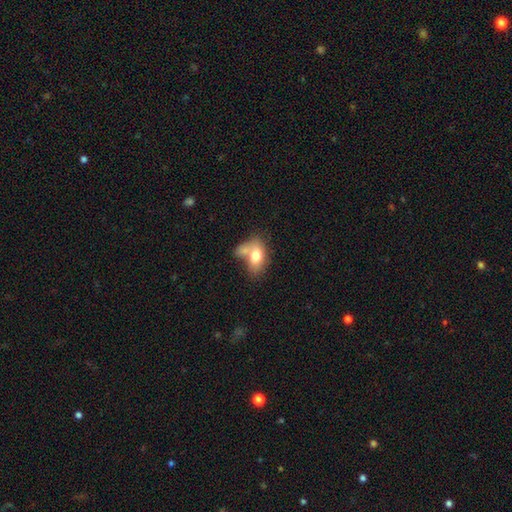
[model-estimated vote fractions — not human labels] smooth 72%, featured or disk 20%, star or artifact 8%. Down the decision tree: how rounded — in between (84%); merging — merger (46%).